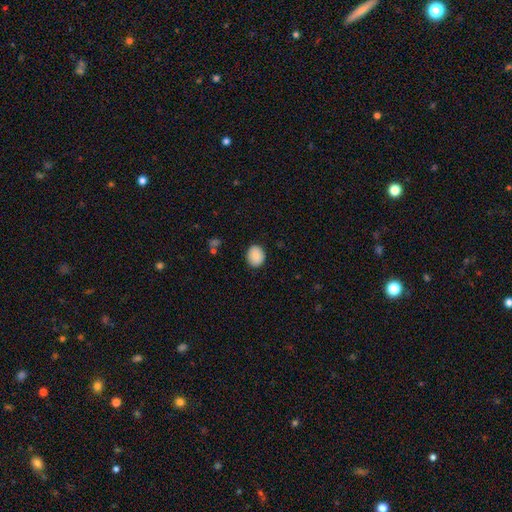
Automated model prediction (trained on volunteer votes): Smooth or featured: smooth — 87% (star or artifact — 7%)
How rounded: round — 63% (in between — 36%)
Merging: none — 88% (minor disturbance — 9%)